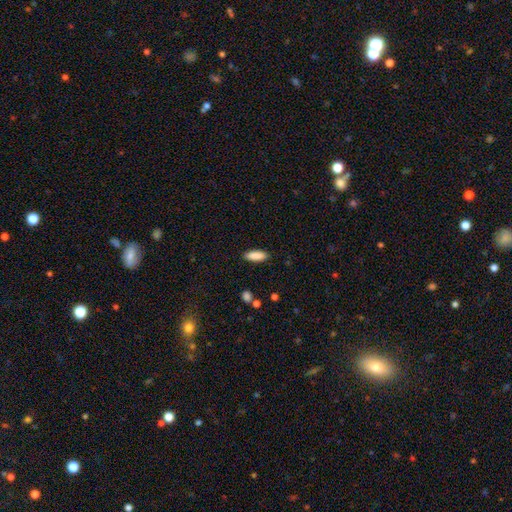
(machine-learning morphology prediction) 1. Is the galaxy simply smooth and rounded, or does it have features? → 89% smooth, 6% star or artifact, 5% featured or disk.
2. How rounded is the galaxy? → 66% in between, 32% cigar-shaped, 2% round.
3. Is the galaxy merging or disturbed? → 88% none, 9% minor disturbance, 2% major disturbance, 1% merger.